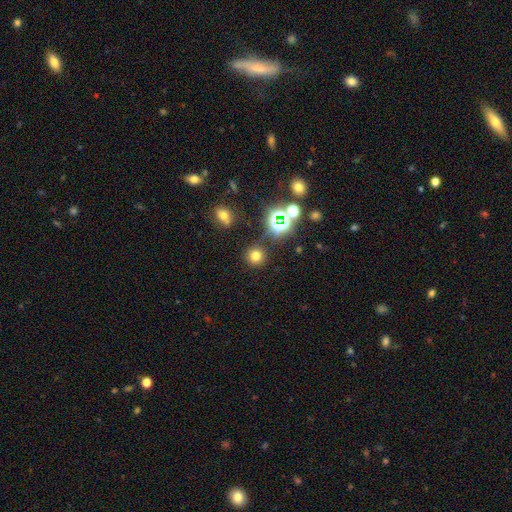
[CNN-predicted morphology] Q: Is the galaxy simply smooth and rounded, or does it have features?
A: smooth — 67%.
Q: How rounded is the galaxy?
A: round — 92%.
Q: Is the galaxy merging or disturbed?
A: none — 86%.